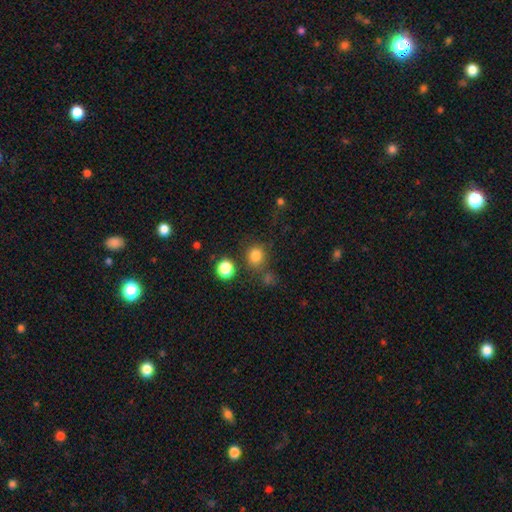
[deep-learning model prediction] A smooth galaxy with no disk features (79%) that is round (81%).

Vote fractions:
- Smooth or featured? smooth: 79% / star or artifact: 15% / featured or disk: 6%
- How rounded? round: 81% / in between: 18% / cigar-shaped: 1%
- Merging? none: 71% / minor disturbance: 12% / merger: 11% / major disturbance: 6%